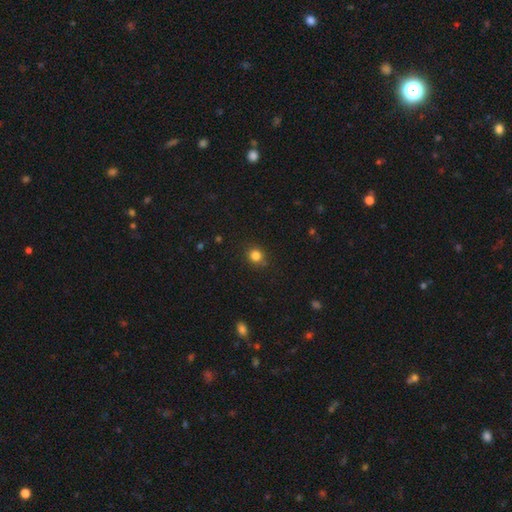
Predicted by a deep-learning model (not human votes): Smooth or featured? Predicted: smooth (p=0.83). How rounded? Predicted: round (p=0.84). Merging? Predicted: none (p=0.84).